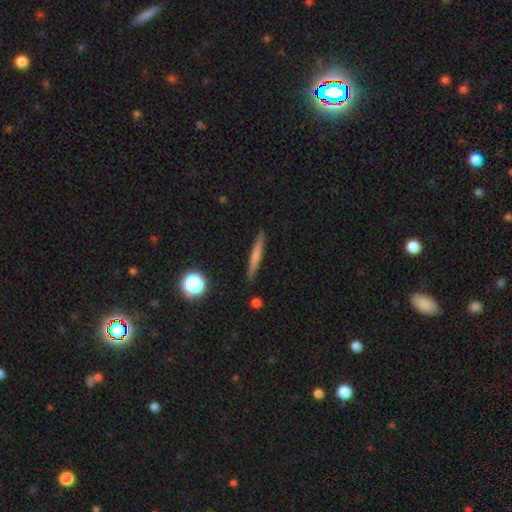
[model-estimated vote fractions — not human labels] Morphology: type=smooth (56%); roundness=cigar-shaped (93%); merging=none (90%).